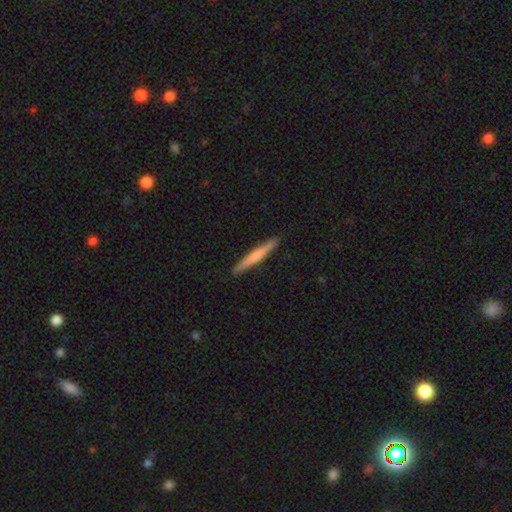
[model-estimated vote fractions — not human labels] The model was most divided on "smooth or featured": smooth: 51%, featured or disk: 44%, star or artifact: 5%. More confident: how rounded — cigar-shaped (96%); merging — none (91%).